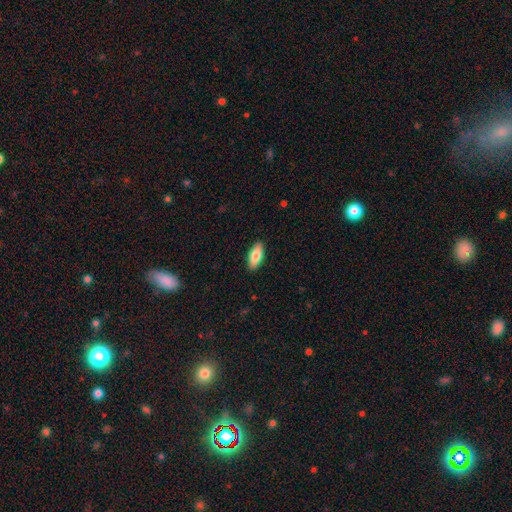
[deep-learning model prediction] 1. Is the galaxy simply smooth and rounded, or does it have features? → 80% smooth, 14% featured or disk, 6% star or artifact.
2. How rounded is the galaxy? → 83% in between, 15% cigar-shaped, 2% round.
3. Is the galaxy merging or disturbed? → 89% none, 8% minor disturbance, 2% major disturbance, 1% merger.